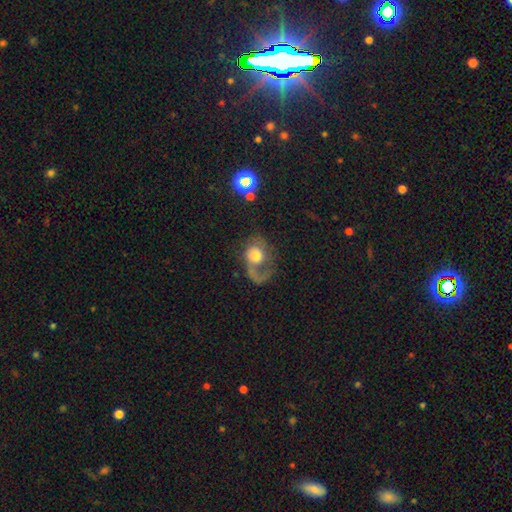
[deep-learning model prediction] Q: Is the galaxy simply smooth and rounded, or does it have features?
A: featured or disk — 61%.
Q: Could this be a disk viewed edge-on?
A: no — 97%.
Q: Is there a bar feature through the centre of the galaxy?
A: no — 76%.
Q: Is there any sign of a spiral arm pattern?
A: yes — 83%.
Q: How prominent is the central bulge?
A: moderate — 49%.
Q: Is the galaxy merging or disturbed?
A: major disturbance — 46%.